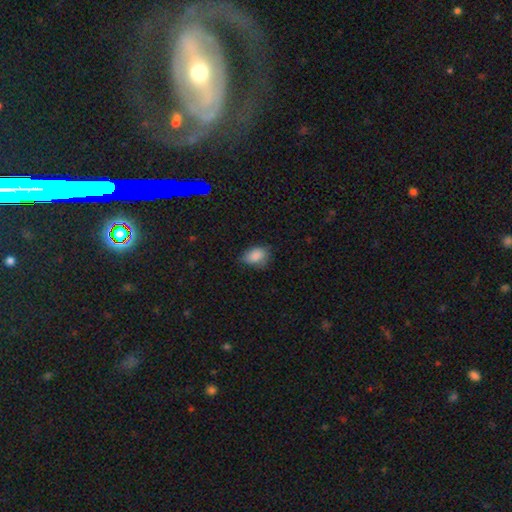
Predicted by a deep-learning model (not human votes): A smooth galaxy with no disk features (86%) that is in between round and cigar-shaped (82%). Merging: none (63%).